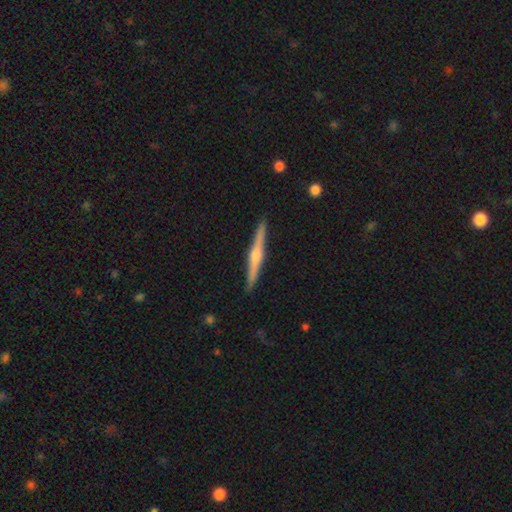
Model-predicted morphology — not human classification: featured or disk 77%, smooth 18%, star or artifact 5%. Down the decision tree: edge-on disk — yes (98%); edge-on bulge — rounded (84%); merging — none (92%).